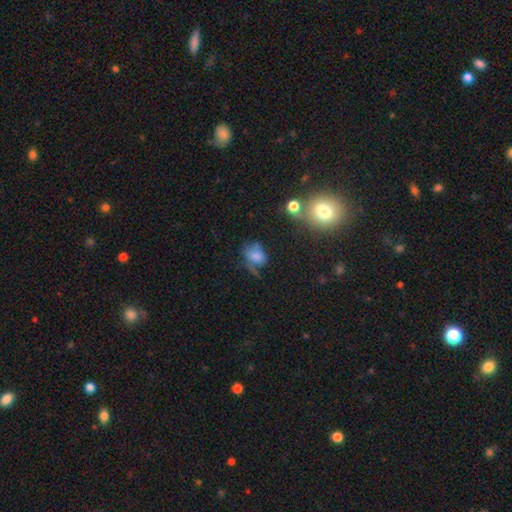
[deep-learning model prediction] Smooth or featured? smooth (64%)
How rounded? in between (68%)
Merging? none (32%)